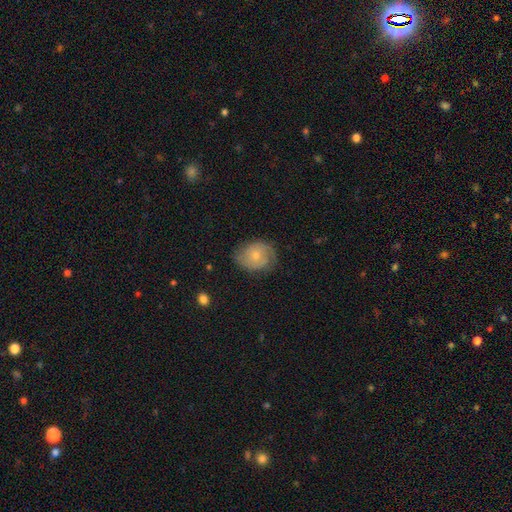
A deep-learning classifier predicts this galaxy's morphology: The model was most divided on "smooth or featured": smooth: 50%, featured or disk: 43%, star or artifact: 7%. More confident: merging — none (67%).